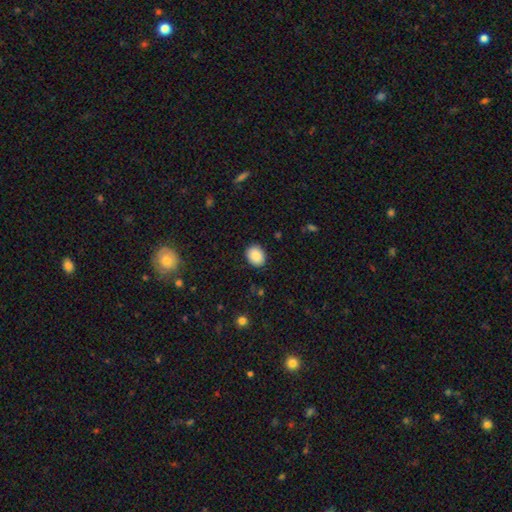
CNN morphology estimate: This appears to be a smooth galaxy with no disk features (88%) that is in between round and cigar-shaped (54%). Merging: none (88%).